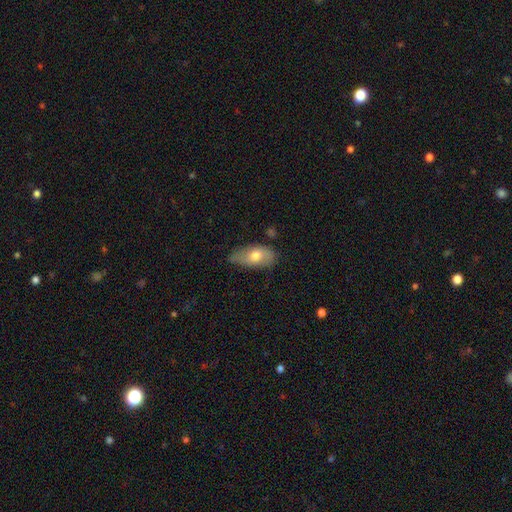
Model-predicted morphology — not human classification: This is likely a smooth galaxy (66%). How rounded: clearly in between (90%). Merging: possibly none (56%).